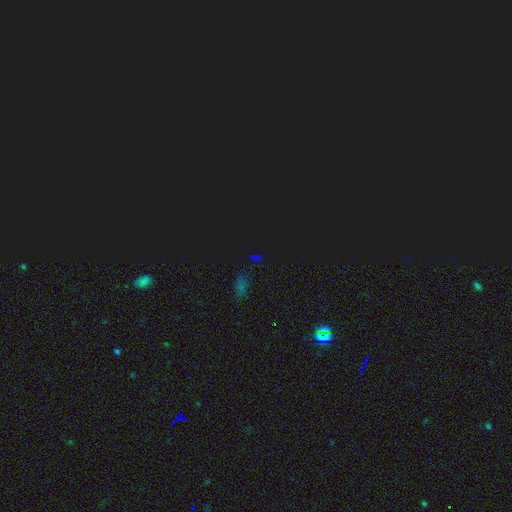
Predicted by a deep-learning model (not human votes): smooth-or-featured: star or artifact: 71% | smooth: 22% | featured or disk: 7%